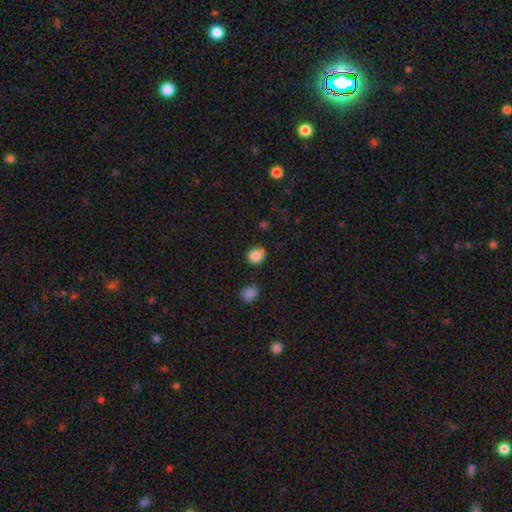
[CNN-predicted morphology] This is clearly a smooth galaxy (86%). How rounded: likely round (72%). Merging: likely none (77%).